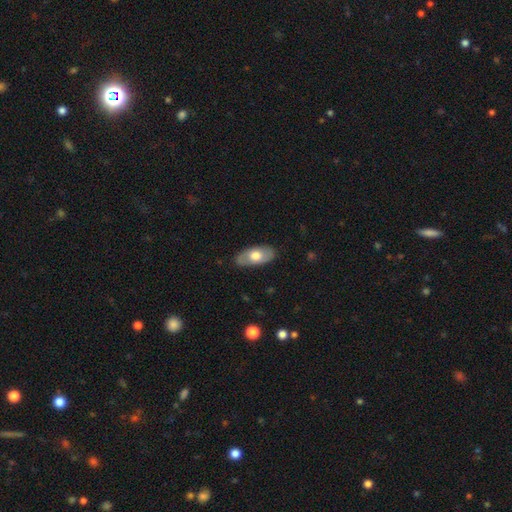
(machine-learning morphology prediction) The model was most divided on "smooth or featured": smooth: 59%, featured or disk: 36%, star or artifact: 5%. More confident: how rounded — in between (90%); merging — none (83%).